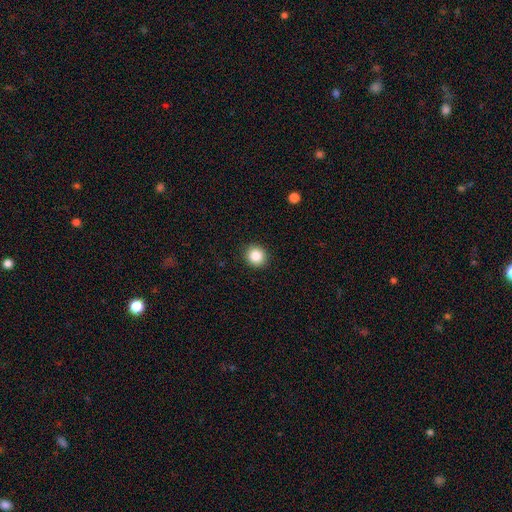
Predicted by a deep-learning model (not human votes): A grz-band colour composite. It shows a smooth galaxy with no disk features (86%) that is round (89%). Merging: none (91%).